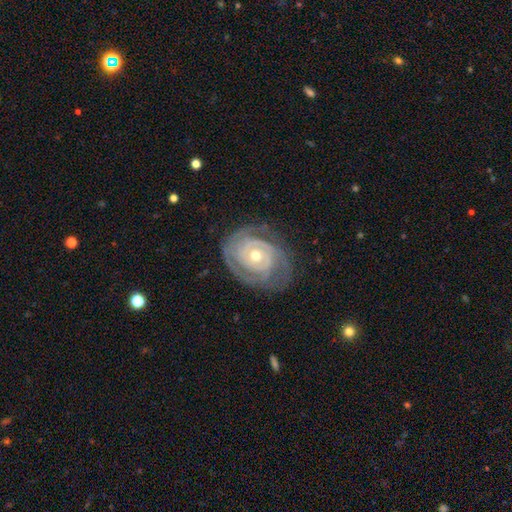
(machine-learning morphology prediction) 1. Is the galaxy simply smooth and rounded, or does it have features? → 88% featured or disk, 7% smooth, 5% star or artifact.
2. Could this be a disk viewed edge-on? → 97% no, 3% yes.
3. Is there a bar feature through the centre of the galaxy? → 74% no, 20% weak, 6% strong.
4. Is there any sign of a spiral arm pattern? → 95% yes, 5% no.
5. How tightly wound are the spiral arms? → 76% tight, 20% medium, 4% loose.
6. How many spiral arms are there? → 36% 2, 24% 3, 23% can't tell, 7% 4, 6% 1, 5% more than 4.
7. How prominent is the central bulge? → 56% moderate, 40% small, 2% large, 1% none, 1% dominant.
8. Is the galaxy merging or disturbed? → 72% none, 18% minor disturbance, 8% major disturbance, 1% merger.